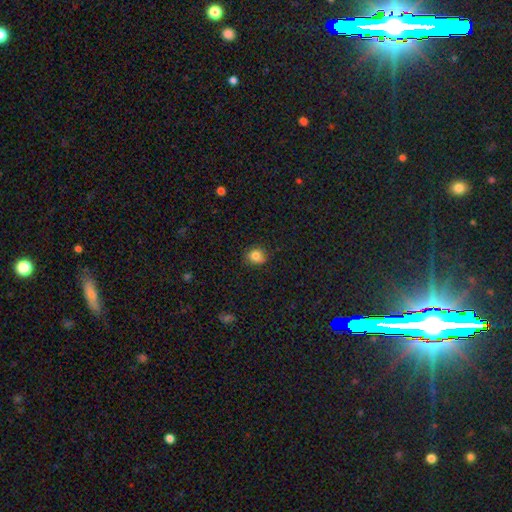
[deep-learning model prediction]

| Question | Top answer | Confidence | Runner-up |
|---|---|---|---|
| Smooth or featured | smooth | 82% | star or artifact (11%) |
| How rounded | round | 75% | in between (24%) |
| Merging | none | 82% | minor disturbance (15%) |